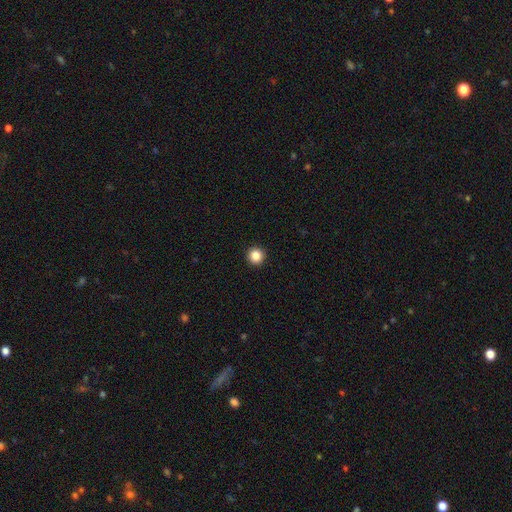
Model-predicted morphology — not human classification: A smooth galaxy with no disk features (86%) that is round (96%).

Vote fractions:
- Smooth or featured? smooth: 86% / star or artifact: 11% / featured or disk: 3%
- How rounded? round: 96% / in between: 3% / cigar-shaped: 1%
- Merging? none: 94% / minor disturbance: 4% / major disturbance: 1% / merger: 1%